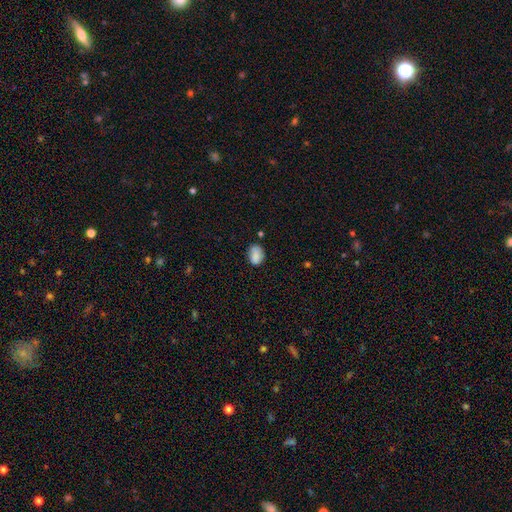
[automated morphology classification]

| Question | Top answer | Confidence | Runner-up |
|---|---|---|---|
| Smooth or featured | smooth | 81% | featured or disk (10%) |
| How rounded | in between | 74% | round (25%) |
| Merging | none | 60% | minor disturbance (25%) |